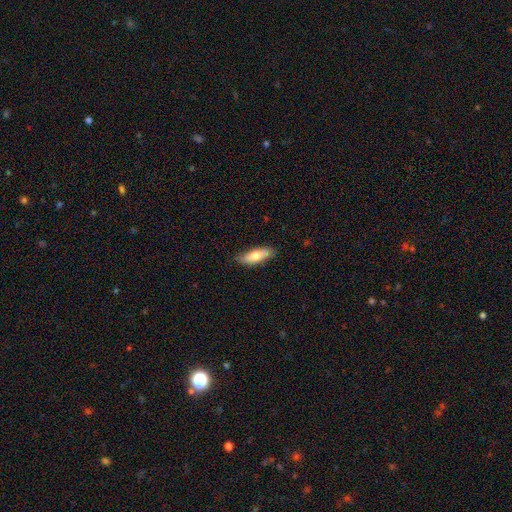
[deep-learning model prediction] smooth 70%, featured or disk 24%, star or artifact 6%. Down the decision tree: how rounded — in between (56%); merging — none (82%).